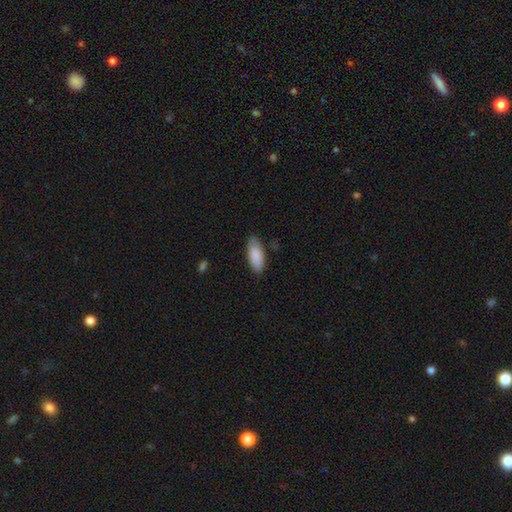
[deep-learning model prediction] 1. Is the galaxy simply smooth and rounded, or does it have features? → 88% smooth, 6% featured or disk, 6% star or artifact.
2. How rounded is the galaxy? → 84% in between, 15% cigar-shaped, 2% round.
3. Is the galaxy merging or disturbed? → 81% none, 15% minor disturbance, 3% major disturbance, 1% merger.